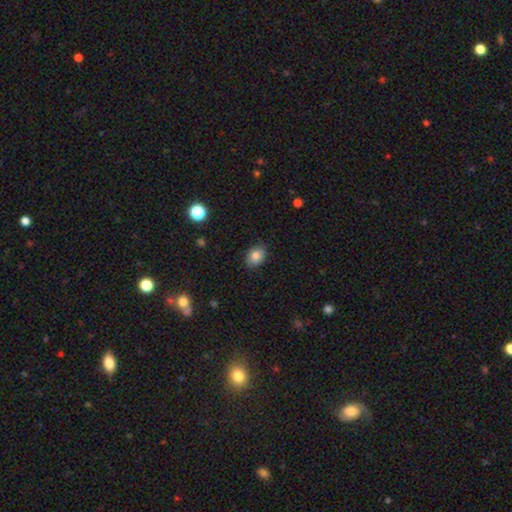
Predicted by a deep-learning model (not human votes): Smooth or featured?
  - smooth: 82% *
  - star or artifact: 9%
  - featured or disk: 8%
How rounded?
  - in between: 67% *
  - round: 32%
  - cigar-shaped: 1%
Merging?
  - none: 86% *
  - minor disturbance: 10%
  - major disturbance: 2%
  - merger: 1%